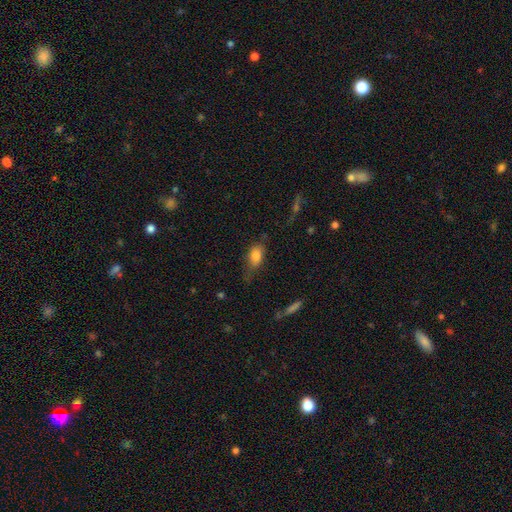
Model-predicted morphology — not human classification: smooth-or-featured: smooth: 80% | featured or disk: 12% | star or artifact: 8%
  how-rounded: in between: 85% | round: 8% | cigar-shaped: 7%
  merging: none: 51% | minor disturbance: 32% | major disturbance: 14% | merger: 3%